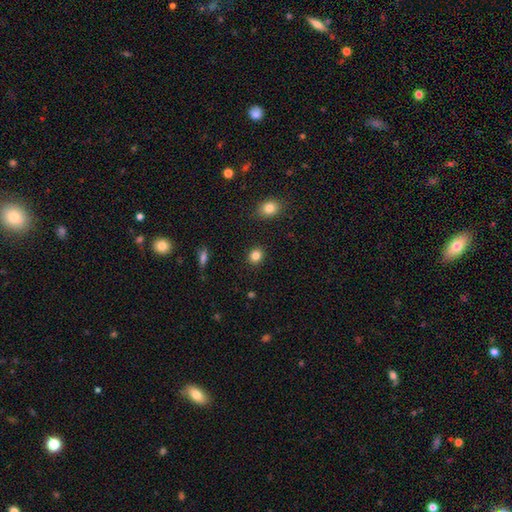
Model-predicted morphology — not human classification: A smooth galaxy with no disk features (84%) that is round (71%).

Vote fractions:
- Smooth or featured? smooth: 84% / star or artifact: 11% / featured or disk: 5%
- How rounded? round: 71% / in between: 28% / cigar-shaped: 1%
- Merging? none: 90% / minor disturbance: 6% / major disturbance: 2% / merger: 1%